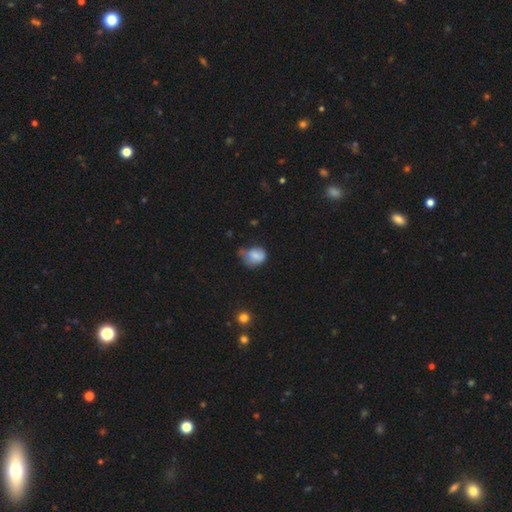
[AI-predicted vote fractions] This appears to be a smooth galaxy with no disk features (77%) that is in between round and cigar-shaped (50%). Merging: minor disturbance (41%).